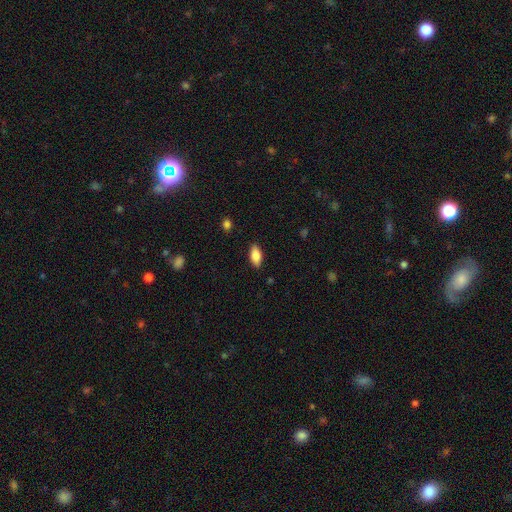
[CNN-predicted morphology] This is clearly a smooth galaxy (84%). How rounded: clearly in between (90%). Merging: clearly none (86%).